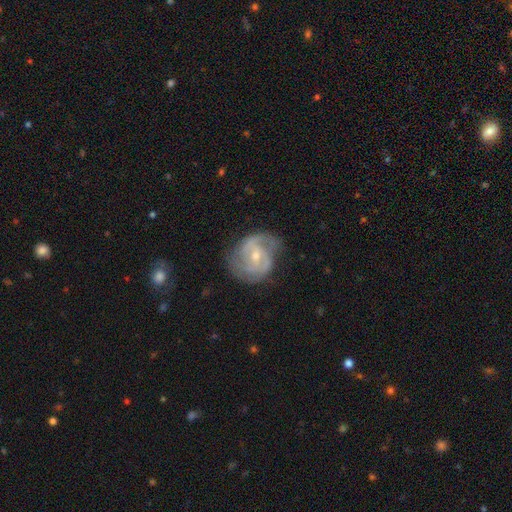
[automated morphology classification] Smooth or featured?
  - featured or disk: 84% *
  - smooth: 11%
  - star or artifact: 5%
Edge-on disk?
  - no: 98% *
  - yes: 2%
Bar?
  - weak: 49% *
  - no: 36%
  - strong: 15%
Spiral arms?
  - yes: 94% *
  - no: 6%
Spiral winding?
  - medium: 45% *
  - tight: 42%
  - loose: 14%
Spiral arm count?
  - 2: 61% *
  - 3: 15%
  - can't tell: 15%
  - 1: 4%
  - 4: 3%
  - more than 4: 3%
Bulge size?
  - small: 53% *
  - moderate: 44%
  - large: 1%
  - none: 1%
  - dominant: 1%
Merging?
  - none: 66% *
  - minor disturbance: 23%
  - major disturbance: 10%
  - merger: 1%